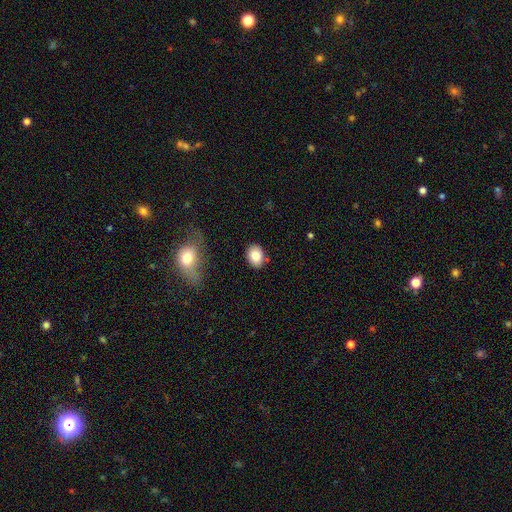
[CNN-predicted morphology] A smooth galaxy with no disk features (83%) that is in between round and cigar-shaped (62%). Merging: none (84%).